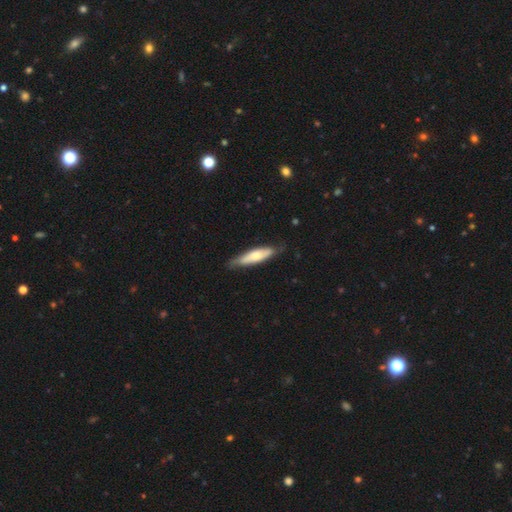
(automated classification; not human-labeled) Q: Smooth or featured?
A: smooth (60%); runner-up: featured or disk (35%)
Q: How rounded?
A: cigar-shaped (70%); runner-up: in between (28%)
Q: Merging?
A: none (71%); runner-up: minor disturbance (24%)